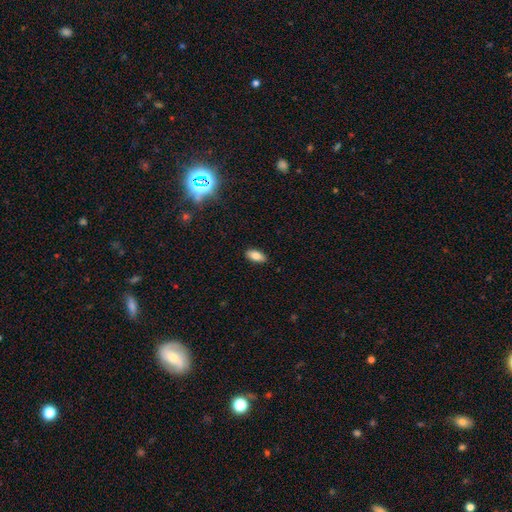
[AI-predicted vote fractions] smooth_or_featured: smooth (p=0.82) [alt: featured or disk p=0.10]
how_rounded: in between (p=0.88) [alt: cigar-shaped p=0.10]
merging: none (p=0.89) [alt: minor disturbance p=0.08]